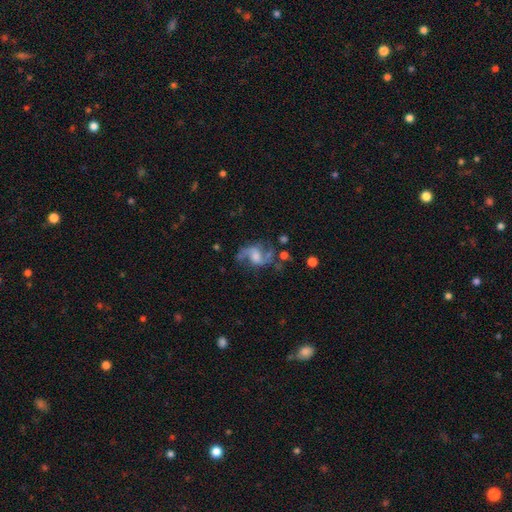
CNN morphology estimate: smooth_or_featured: featured or disk (p=0.76) [alt: smooth p=0.15]
disk_edge_on: no (p=0.97) [alt: yes p=0.03]
bar: weak (p=0.47) [alt: no p=0.38]
has_spiral_arms: yes (p=0.90) [alt: no p=0.10]
spiral_winding: loose (p=0.55) [alt: medium p=0.38]
spiral_arm_count: 2 (p=0.84) [alt: can't tell p=0.06]
bulge_size: moderate (p=0.36) [alt: small p=0.25]
merging: none (p=0.52) [alt: major disturbance p=0.21]